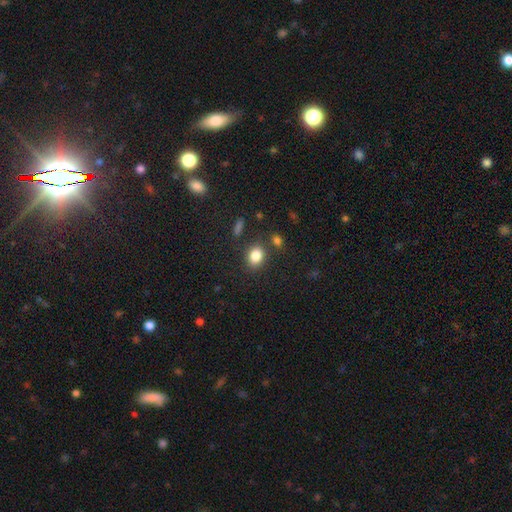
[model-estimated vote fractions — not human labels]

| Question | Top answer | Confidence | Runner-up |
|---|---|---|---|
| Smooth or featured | smooth | 84% | star or artifact (10%) |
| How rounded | in between | 55% | round (44%) |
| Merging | none | 79% | minor disturbance (11%) |